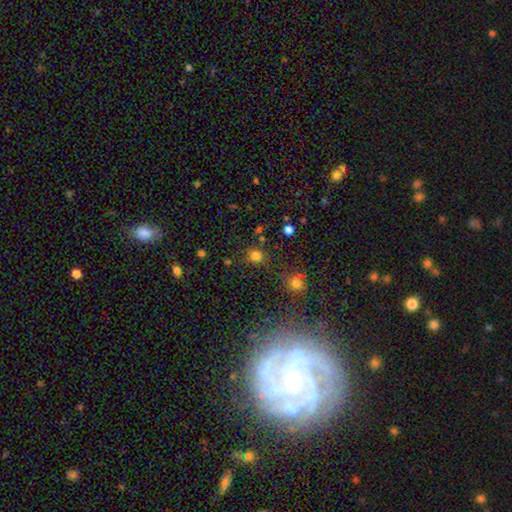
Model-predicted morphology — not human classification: Smooth or featured?
  - smooth: 77% *
  - star or artifact: 18%
  - featured or disk: 5%
How rounded?
  - round: 91% *
  - in between: 8%
  - cigar-shaped: 1%
Merging?
  - none: 80% *
  - minor disturbance: 9%
  - merger: 7%
  - major disturbance: 4%